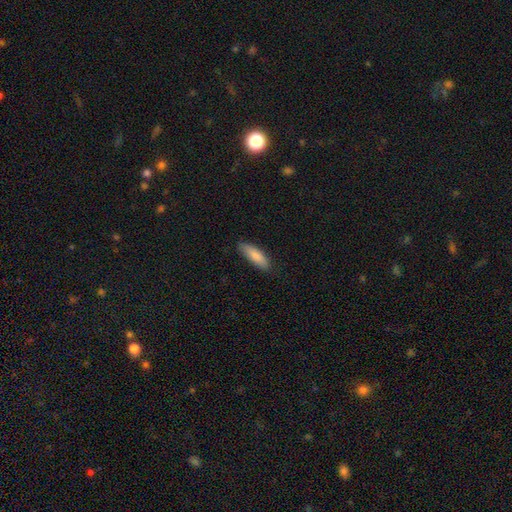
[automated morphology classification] type=smooth (86%); roundness=in between (50%); merging=none (85%).